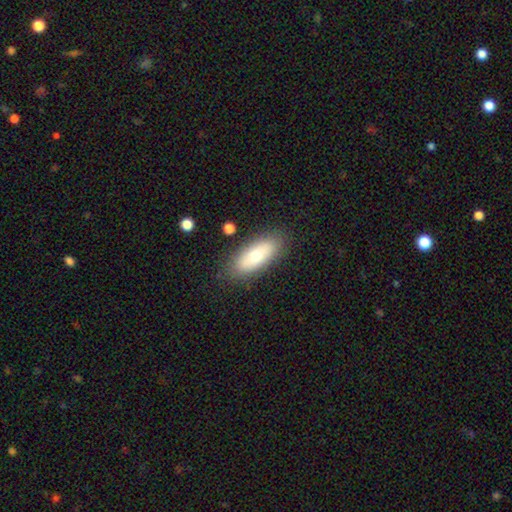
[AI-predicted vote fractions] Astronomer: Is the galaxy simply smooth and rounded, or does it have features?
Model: smooth — 69%.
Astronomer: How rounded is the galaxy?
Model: in between — 80%.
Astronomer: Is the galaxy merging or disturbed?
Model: none — 85%.